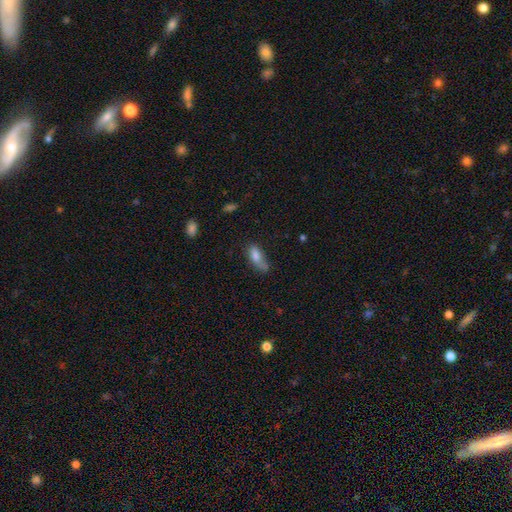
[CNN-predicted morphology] Q: Smooth or featured?
A: smooth (79%); runner-up: featured or disk (12%)
Q: How rounded?
A: in between (77%); runner-up: cigar-shaped (20%)
Q: Merging?
A: none (41%); runner-up: minor disturbance (31%)